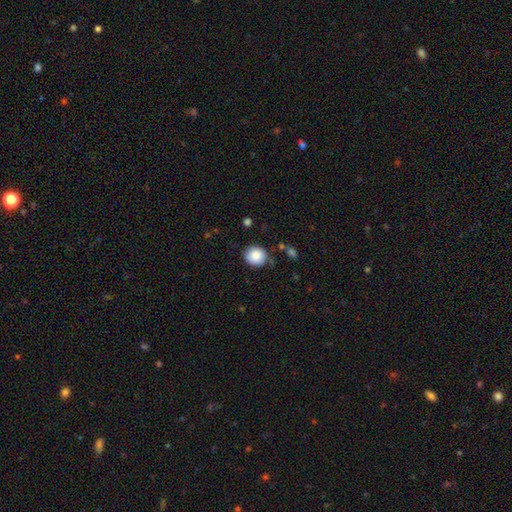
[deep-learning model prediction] This appears to be a smooth galaxy with no disk features (87%) that is round (87%). Merging: none (84%).